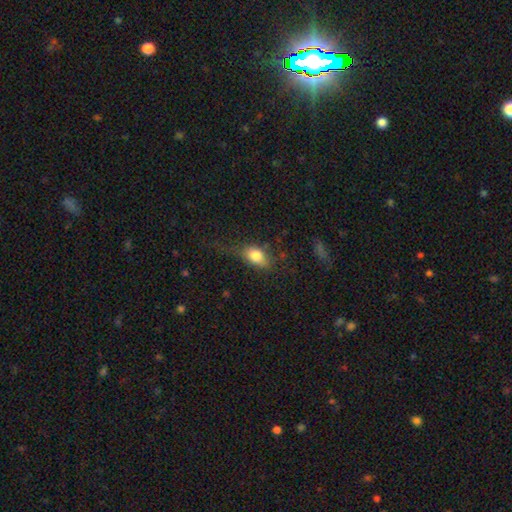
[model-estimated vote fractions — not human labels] Overall: smooth (78%). How rounded: in between (80%). Merging: none (50%; minor disturbance 27%).